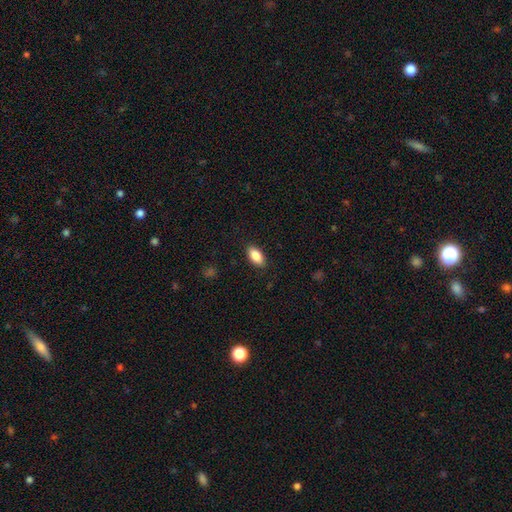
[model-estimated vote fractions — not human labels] Morphology: type=smooth (87%); roundness=in between (92%); merging=none (88%).